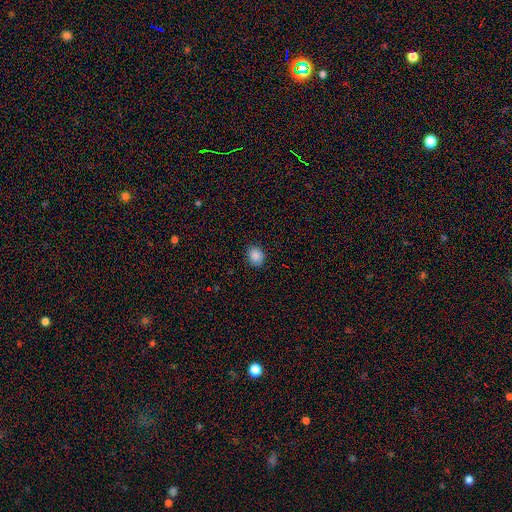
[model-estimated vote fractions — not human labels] Smooth or featured?
  - smooth: 87% *
  - star or artifact: 9%
  - featured or disk: 4%
How rounded?
  - round: 52% *
  - in between: 47%
  - cigar-shaped: 1%
Merging?
  - none: 85% *
  - minor disturbance: 11%
  - major disturbance: 2%
  - merger: 1%